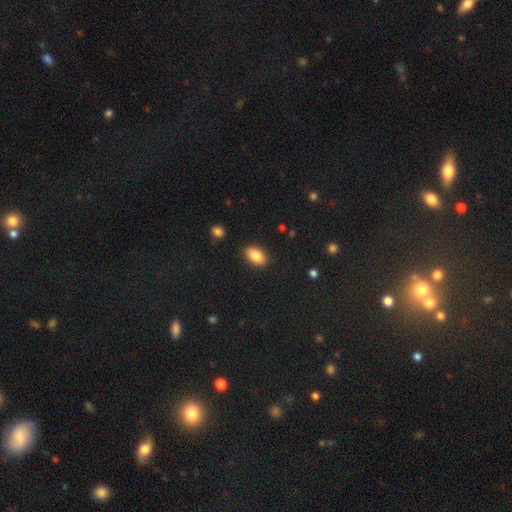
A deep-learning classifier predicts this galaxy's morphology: Overall: smooth (86%). How rounded: in between (90%). Merging: none (88%).